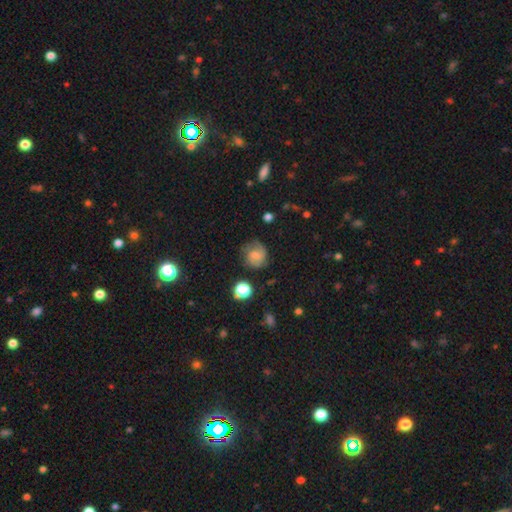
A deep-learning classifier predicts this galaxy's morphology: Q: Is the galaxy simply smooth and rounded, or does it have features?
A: smooth — 55%.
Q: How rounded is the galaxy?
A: round — 82%.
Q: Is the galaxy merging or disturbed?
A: none — 65%.